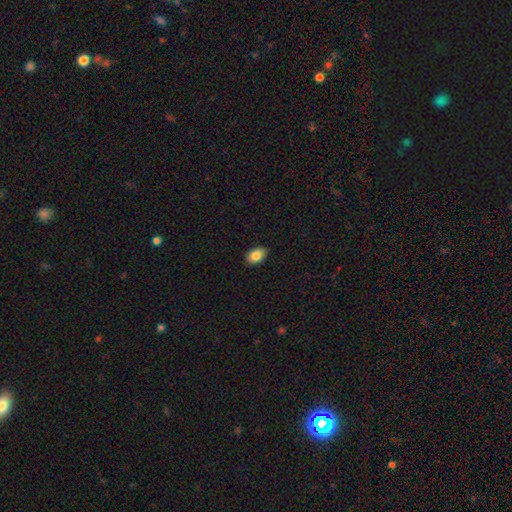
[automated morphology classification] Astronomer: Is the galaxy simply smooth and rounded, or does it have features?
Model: smooth — 87%.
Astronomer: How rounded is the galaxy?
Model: in between — 85%.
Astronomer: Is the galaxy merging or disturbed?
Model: none — 84%.